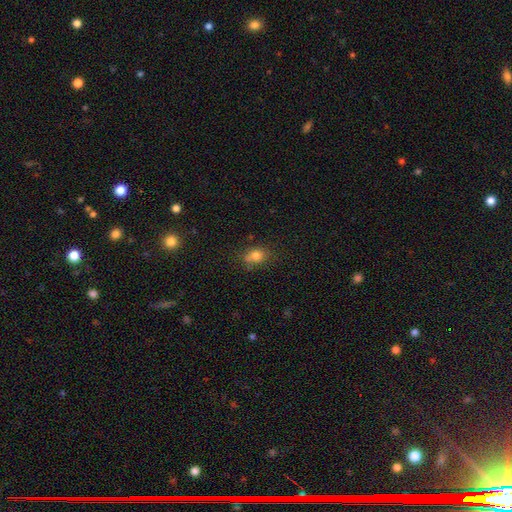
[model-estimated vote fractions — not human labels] Smooth or featured? Predicted: smooth (p=0.78). How rounded? Predicted: in between (p=0.50). Merging? Predicted: none (p=0.59).